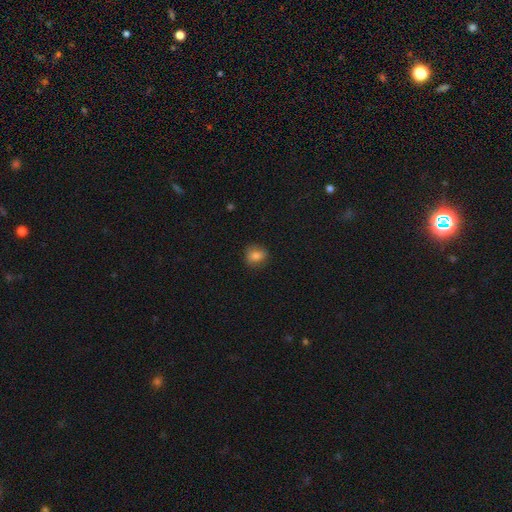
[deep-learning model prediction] A smooth galaxy with no disk features (79%) that is round (67%). Merging: none (80%).